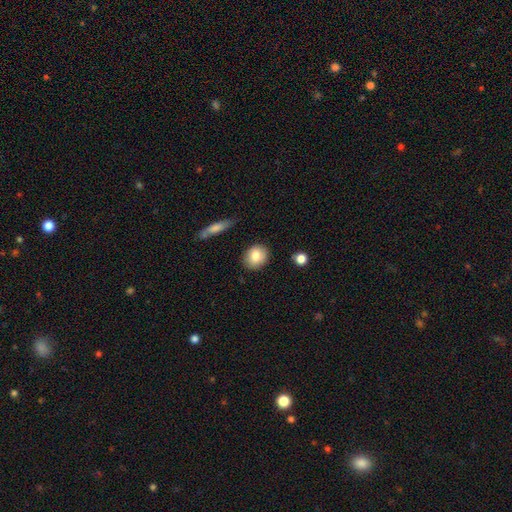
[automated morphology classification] This appears to be a smooth galaxy with no disk features (84%) that is round (61%). Merging: none (85%).